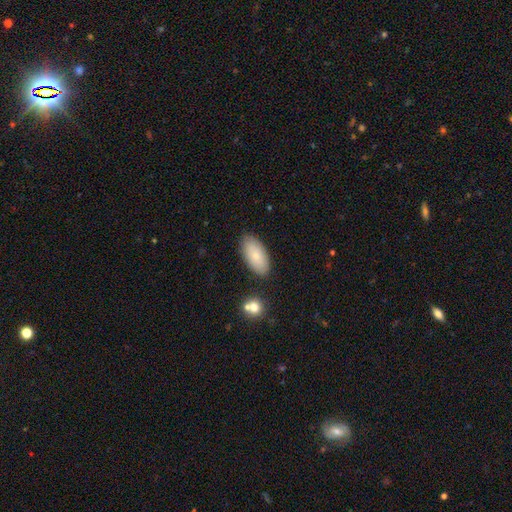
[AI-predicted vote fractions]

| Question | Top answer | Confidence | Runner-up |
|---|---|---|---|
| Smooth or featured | smooth | 79% | featured or disk (14%) |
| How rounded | in between | 93% | cigar-shaped (5%) |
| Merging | none | 85% | minor disturbance (10%) |